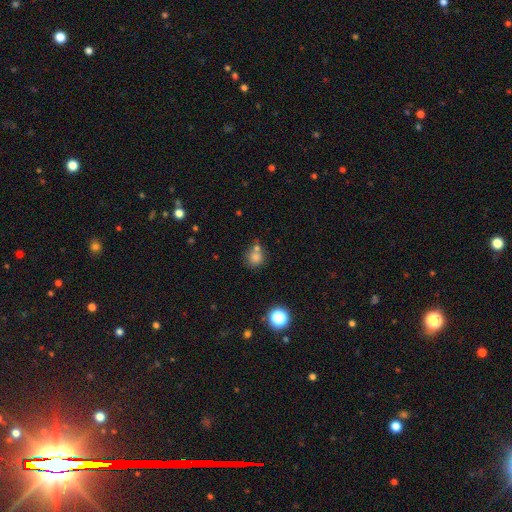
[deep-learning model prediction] Overall: smooth (76%). How rounded: round (84%). Merging: none (54%; merger 29%).